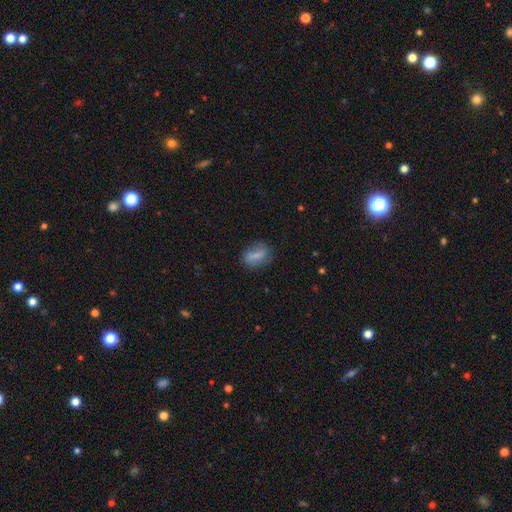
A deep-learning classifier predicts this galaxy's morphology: Smooth or featured? smooth (70%)
How rounded? in between (76%)
Merging? none (66%)